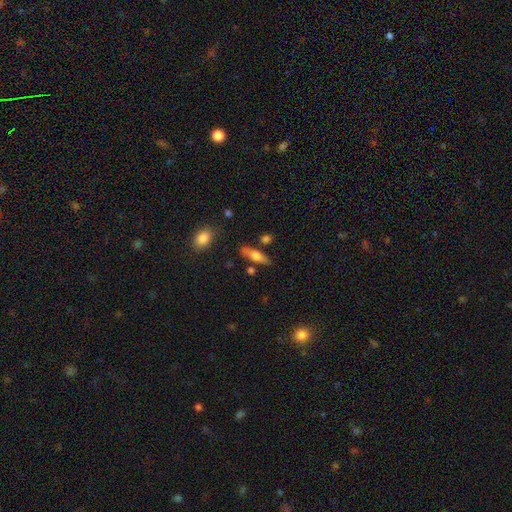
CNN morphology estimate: The model was most divided on "how rounded": cigar-shaped: 56%, in between: 41%, round: 3%. More confident: merging — none (76%); smooth or featured — smooth (64%).